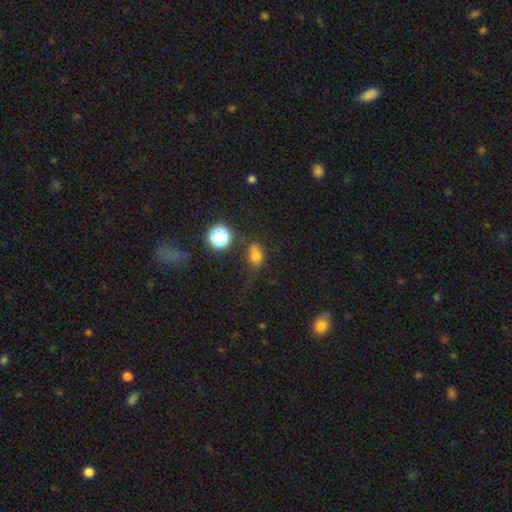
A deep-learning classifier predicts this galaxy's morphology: The model was most divided on "merging": none: 49%, minor disturbance: 26%, major disturbance: 18%, merger: 7%. More confident: smooth or featured — smooth (66%); how rounded — in between (61%).